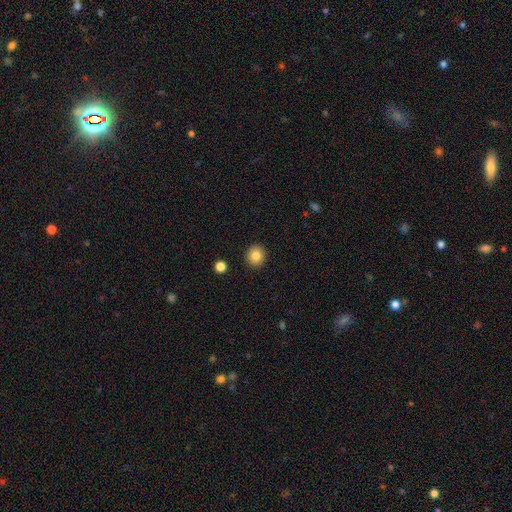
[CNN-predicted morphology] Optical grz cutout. It shows a smooth galaxy with no disk features (83%) that is round (87%). Merging: none (92%).